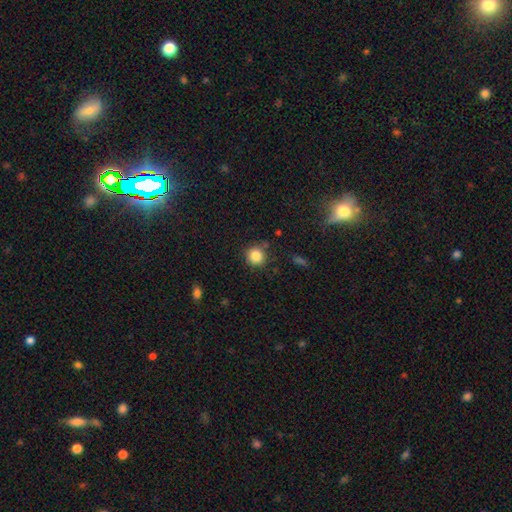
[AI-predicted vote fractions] This appears to be a smooth galaxy with no disk features (85%) that is round (91%). Merging: none (82%).